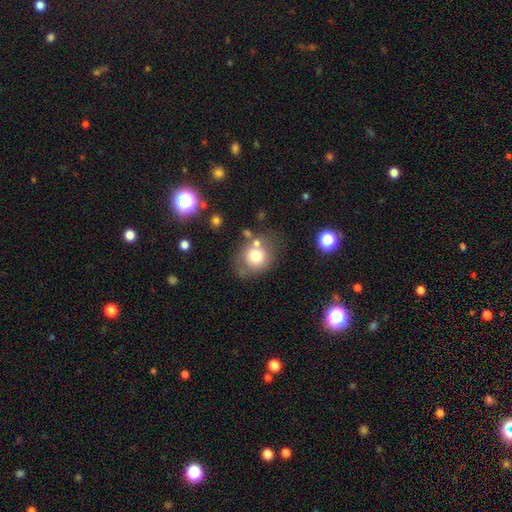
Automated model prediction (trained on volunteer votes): Q: Smooth or featured?
A: smooth (73%); runner-up: featured or disk (16%)
Q: How rounded?
A: round (74%); runner-up: in between (25%)
Q: Merging?
A: none (61%); runner-up: minor disturbance (17%)